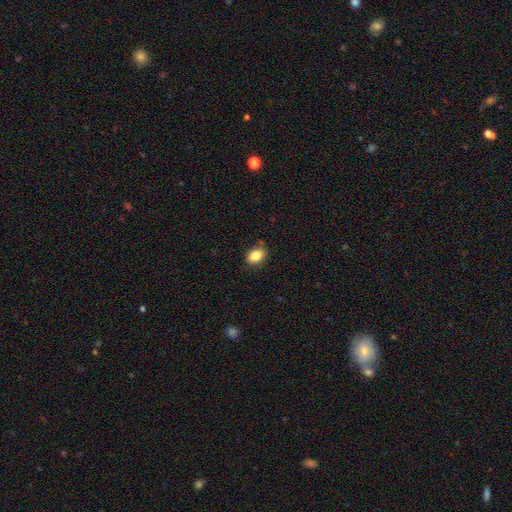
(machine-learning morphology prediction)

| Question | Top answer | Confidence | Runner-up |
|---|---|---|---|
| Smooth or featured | smooth | 85% | star or artifact (9%) |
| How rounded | in between | 74% | round (25%) |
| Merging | none | 83% | minor disturbance (12%) |